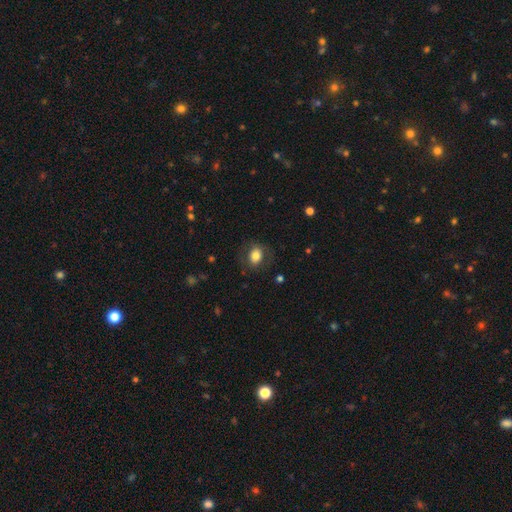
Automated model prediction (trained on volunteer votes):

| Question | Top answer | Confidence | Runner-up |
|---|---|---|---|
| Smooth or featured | smooth | 75% | featured or disk (17%) |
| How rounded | in between | 57% | round (42%) |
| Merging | none | 76% | minor disturbance (14%) |